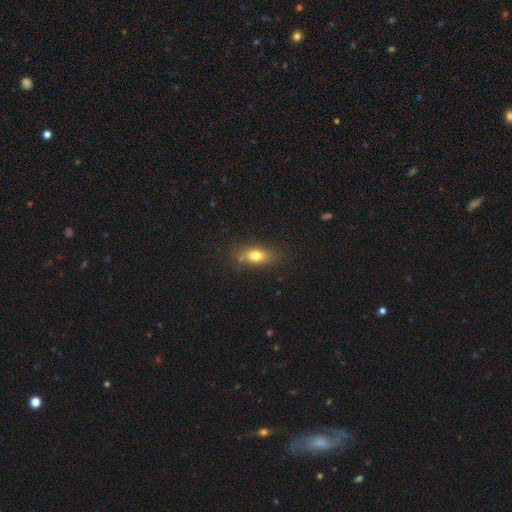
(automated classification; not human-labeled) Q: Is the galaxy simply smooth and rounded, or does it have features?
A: smooth — 75%.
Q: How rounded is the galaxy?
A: in between — 76%.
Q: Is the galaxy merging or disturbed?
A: none — 74%.